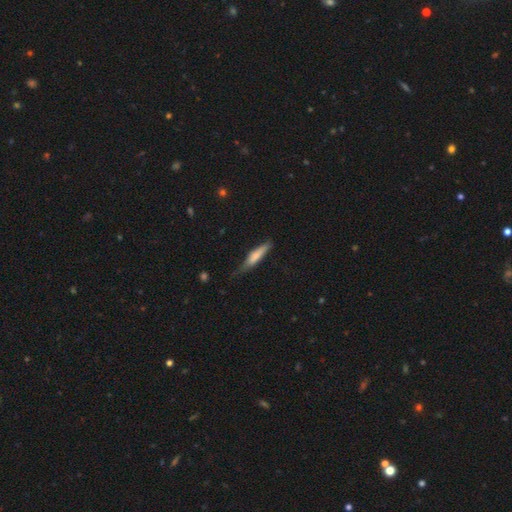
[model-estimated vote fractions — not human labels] smooth_or_featured: smooth (p=0.68) [alt: featured or disk p=0.26]
how_rounded: cigar-shaped (p=0.83) [alt: in between p=0.16]
merging: none (p=0.55) [alt: minor disturbance p=0.34]